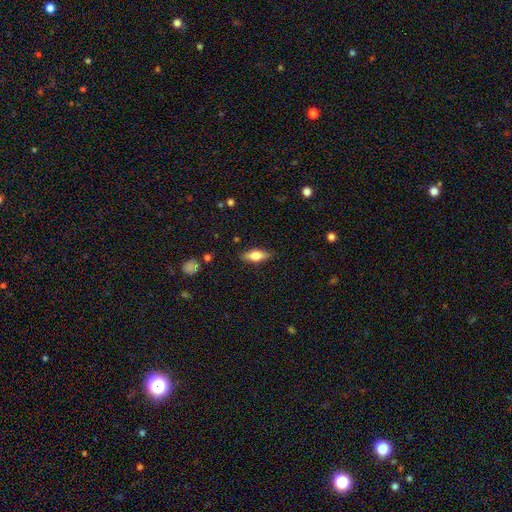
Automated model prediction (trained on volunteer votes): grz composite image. It shows a smooth galaxy with no disk features (65%) that is in between round and cigar-shaped (66%). Merging: none (86%).